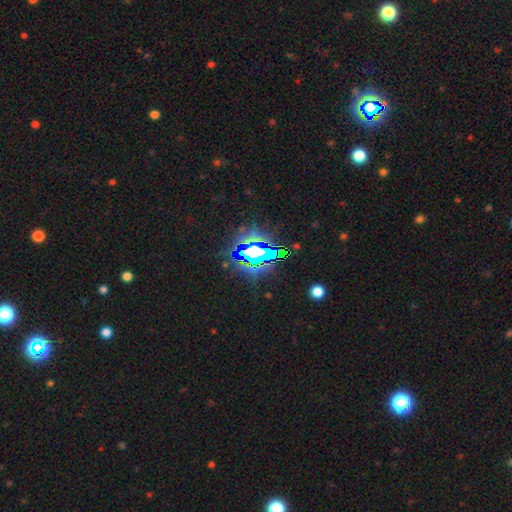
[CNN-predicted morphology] Smooth or featured?
  - star or artifact: 76% *
  - smooth: 13%
  - featured or disk: 12%